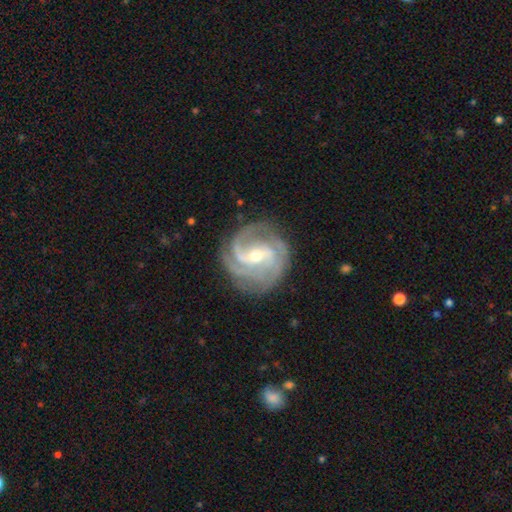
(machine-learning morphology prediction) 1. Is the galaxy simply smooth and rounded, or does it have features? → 90% featured or disk, 5% star or artifact, 5% smooth.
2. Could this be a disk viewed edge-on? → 98% no, 2% yes.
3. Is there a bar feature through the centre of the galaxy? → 47% weak, 29% no, 24% strong.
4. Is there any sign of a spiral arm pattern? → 98% yes, 2% no.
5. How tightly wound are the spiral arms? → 50% tight, 41% medium, 9% loose.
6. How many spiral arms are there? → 39% 3, 23% 2, 14% can't tell, 12% 4, 6% 1, 6% more than 4.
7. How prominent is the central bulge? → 49% moderate, 48% small, 2% large, 1% none, 1% dominant.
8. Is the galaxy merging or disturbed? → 78% none, 15% minor disturbance, 6% major disturbance, 1% merger.